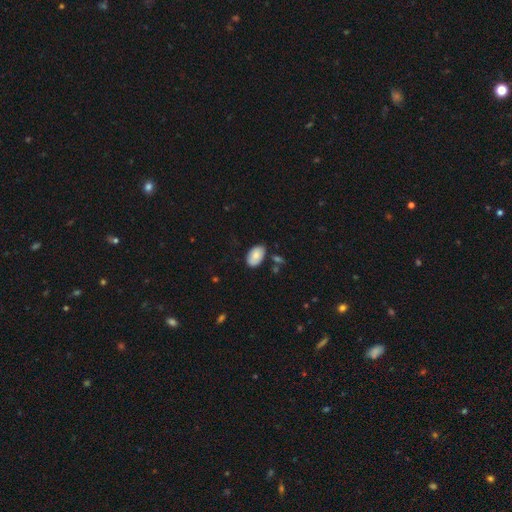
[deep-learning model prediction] Smooth or featured: smooth — 82% (featured or disk — 12%)
How rounded: in between — 93% (round — 5%)
Merging: none — 75% (minor disturbance — 17%)